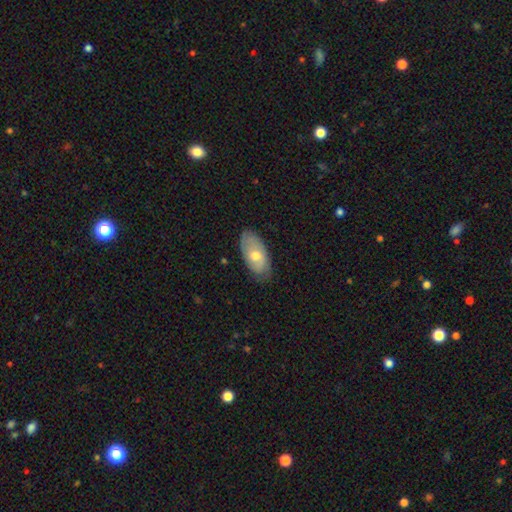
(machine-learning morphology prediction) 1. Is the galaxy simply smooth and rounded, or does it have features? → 61% smooth, 33% featured or disk, 6% star or artifact.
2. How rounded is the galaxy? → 92% in between, 4% cigar-shaped, 3% round.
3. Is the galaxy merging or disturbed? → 79% none, 17% minor disturbance, 3% major disturbance, 1% merger.